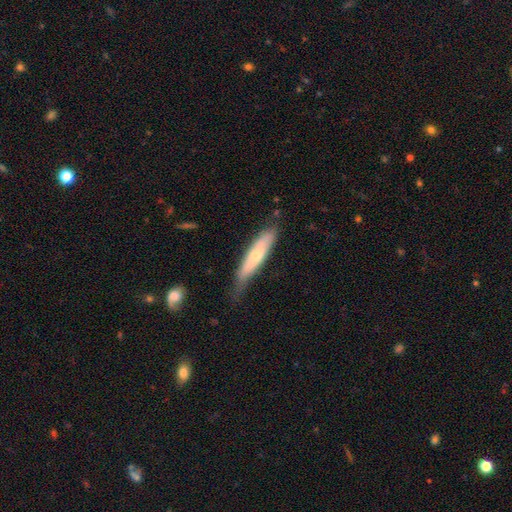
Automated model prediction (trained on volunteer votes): smooth 59%, featured or disk 36%, star or artifact 6%. Down the decision tree: how rounded — cigar-shaped (82%); merging — none (61%).